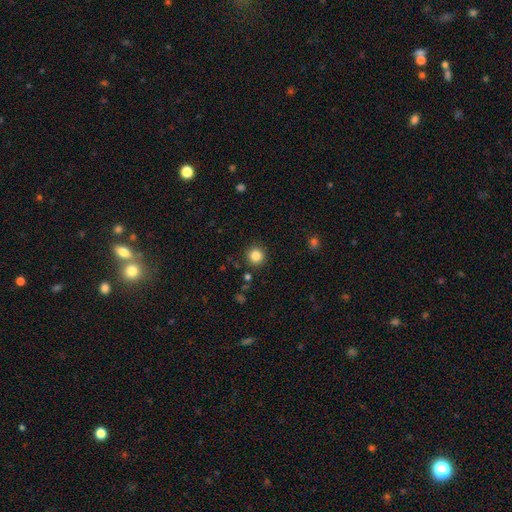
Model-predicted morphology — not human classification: Smooth or featured?
  - smooth: 84% *
  - star or artifact: 11%
  - featured or disk: 5%
How rounded?
  - round: 94% *
  - in between: 5%
  - cigar-shaped: 1%
Merging?
  - none: 90% *
  - minor disturbance: 6%
  - major disturbance: 2%
  - merger: 2%